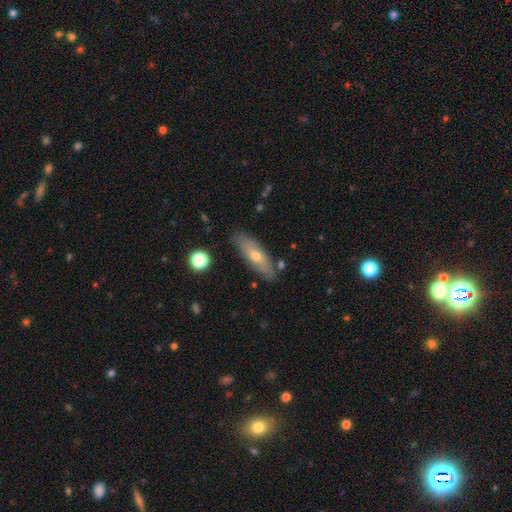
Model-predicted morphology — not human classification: smooth_or_featured: smooth (p=0.53) [alt: featured or disk p=0.41]
how_rounded: cigar-shaped (p=0.55) [alt: in between p=0.43]
merging: none (p=0.83) [alt: minor disturbance p=0.12]